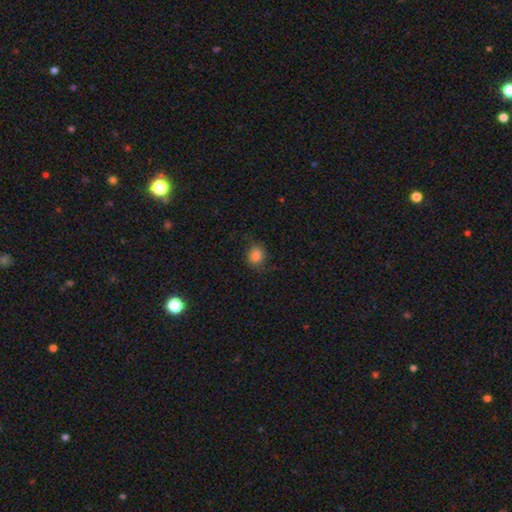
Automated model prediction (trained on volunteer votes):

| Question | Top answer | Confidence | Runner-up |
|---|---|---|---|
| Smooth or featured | smooth | 82% | star or artifact (10%) |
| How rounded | round | 66% | in between (33%) |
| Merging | none | 70% | minor disturbance (21%) |